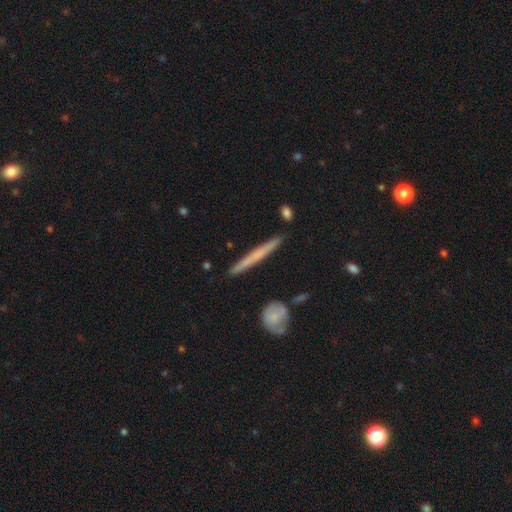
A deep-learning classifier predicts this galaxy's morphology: This appears to be a smooth galaxy with no disk features (48%). Merging: none (89%).